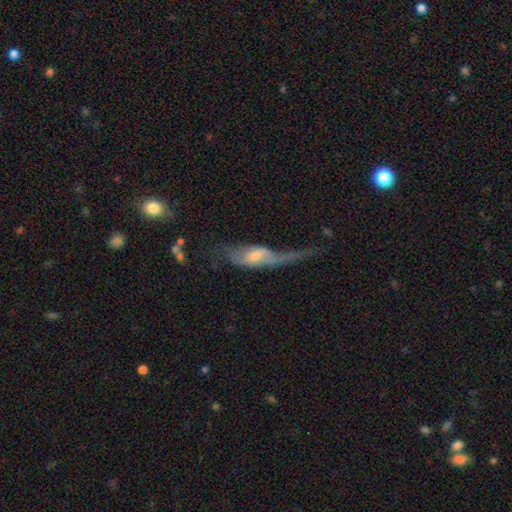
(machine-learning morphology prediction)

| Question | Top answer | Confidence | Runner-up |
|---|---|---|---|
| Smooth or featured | featured or disk | 60% | smooth (32%) |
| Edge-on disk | no | 74% | yes (26%) |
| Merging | major disturbance | 51% | none (22%) |